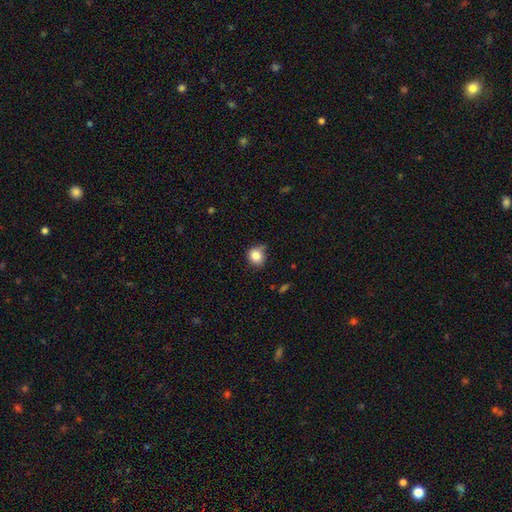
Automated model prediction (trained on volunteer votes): Smooth or featured? Predicted: smooth (p=0.83). How rounded? Predicted: round (p=0.73). Merging? Predicted: none (p=0.57).